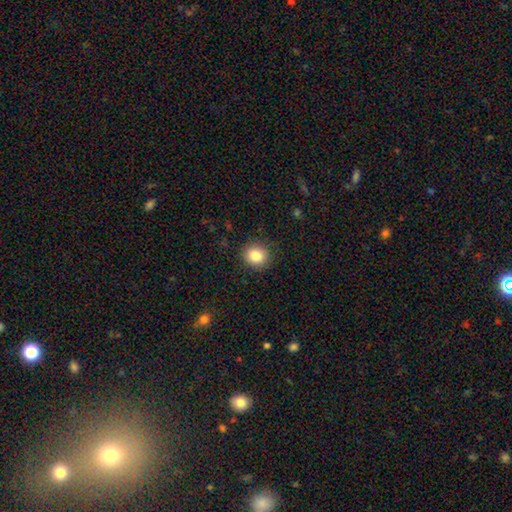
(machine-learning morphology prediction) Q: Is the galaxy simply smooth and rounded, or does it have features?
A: smooth — 83%.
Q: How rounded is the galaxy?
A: round — 81%.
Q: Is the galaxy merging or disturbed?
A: none — 90%.